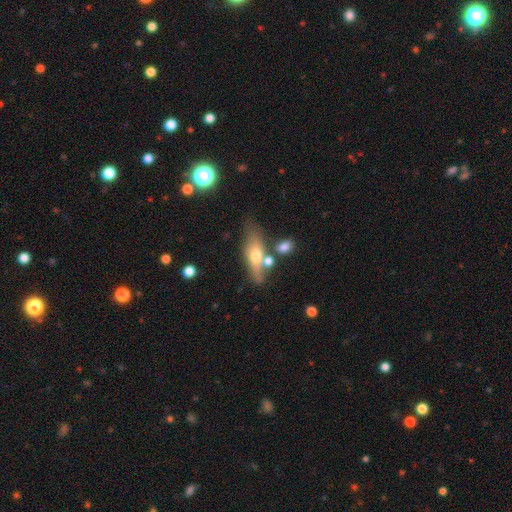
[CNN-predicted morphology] A smooth galaxy with no disk features (53%) that is in between round and cigar-shaped (58%). Merging: none (54%).